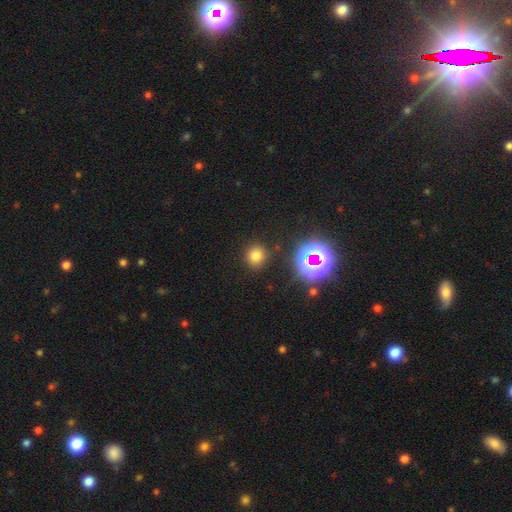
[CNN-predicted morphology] Smooth or featured: smooth — 73% (star or artifact — 21%)
How rounded: round — 86% (in between — 13%)
Merging: none — 87% (minor disturbance — 8%)